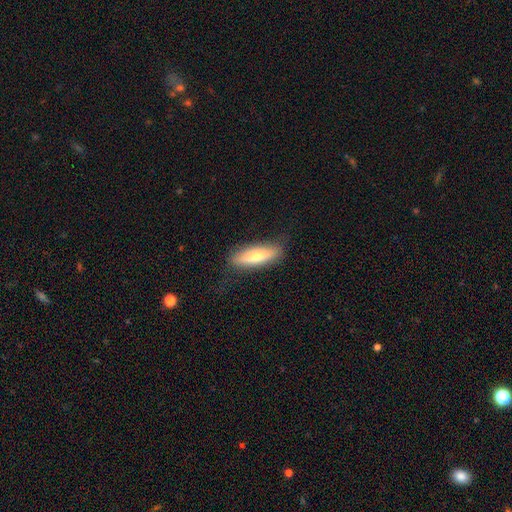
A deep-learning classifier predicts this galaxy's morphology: Smooth or featured? smooth (64%)
How rounded? cigar-shaped (51%)
Merging? none (81%)